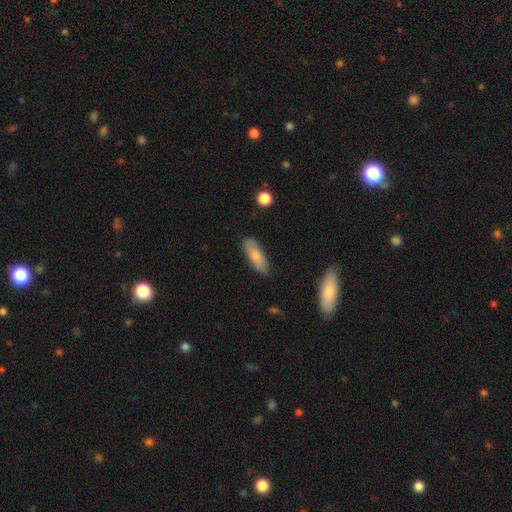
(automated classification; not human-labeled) Morphology: type=smooth (80%); roundness=in between (64%); merging=none (83%).